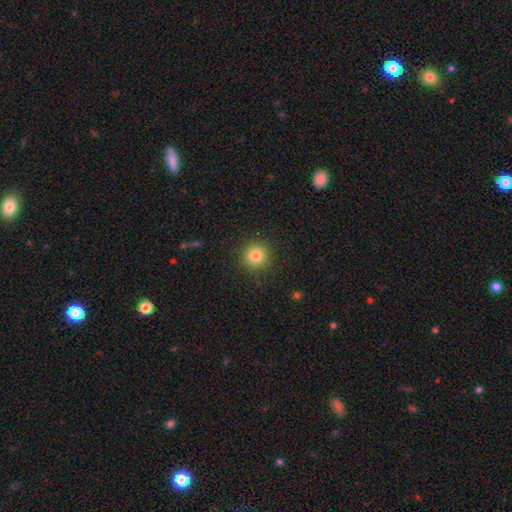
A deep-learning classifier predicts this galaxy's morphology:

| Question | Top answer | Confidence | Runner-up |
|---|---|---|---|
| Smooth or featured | smooth | 83% | star or artifact (11%) |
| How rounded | round | 94% | in between (5%) |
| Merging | none | 91% | minor disturbance (6%) |